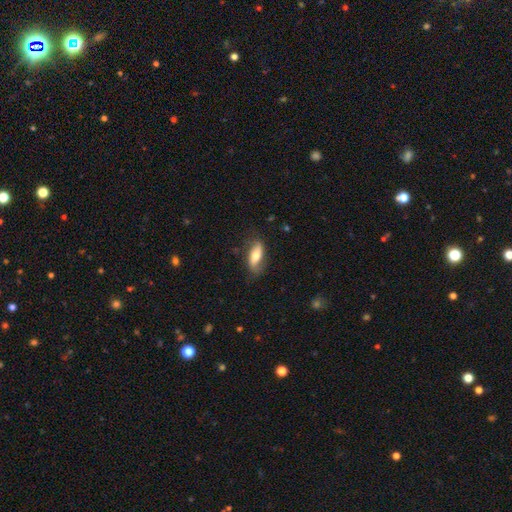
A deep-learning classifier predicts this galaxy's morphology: Smooth or featured: smooth — 58% (featured or disk — 36%)
How rounded: in between — 75% (cigar-shaped — 22%)
Merging: none — 70% (minor disturbance — 22%)